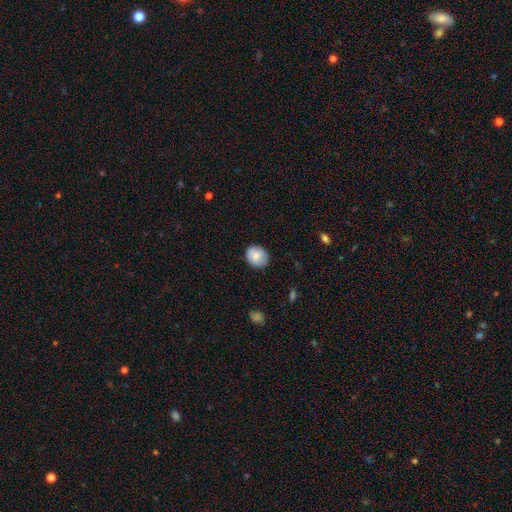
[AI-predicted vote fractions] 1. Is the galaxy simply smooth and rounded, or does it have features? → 81% smooth, 11% featured or disk, 7% star or artifact.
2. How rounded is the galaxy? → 72% round, 27% in between, 1% cigar-shaped.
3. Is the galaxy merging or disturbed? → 84% none, 13% minor disturbance, 2% major disturbance, 1% merger.